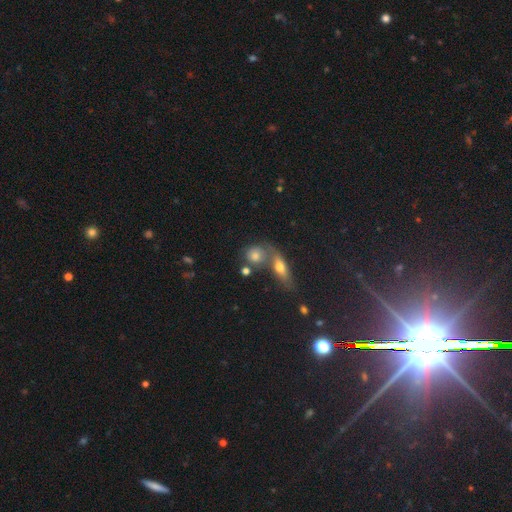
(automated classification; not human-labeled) Morphology: type=smooth (63%); roundness=round (57%); merging=none (48%).